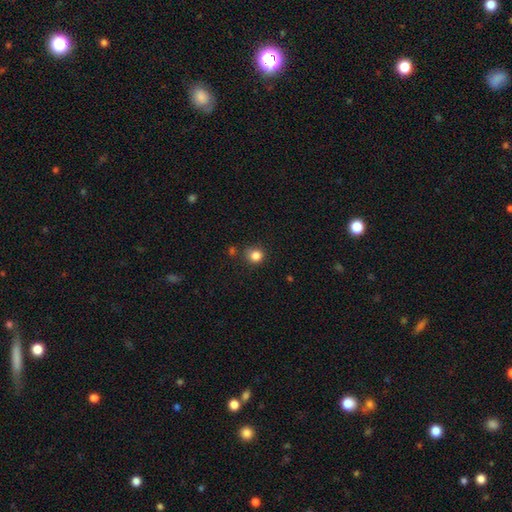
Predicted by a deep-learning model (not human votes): smooth 84%, star or artifact 12%, featured or disk 5%. Down the decision tree: how rounded — round (88%); merging — none (80%).